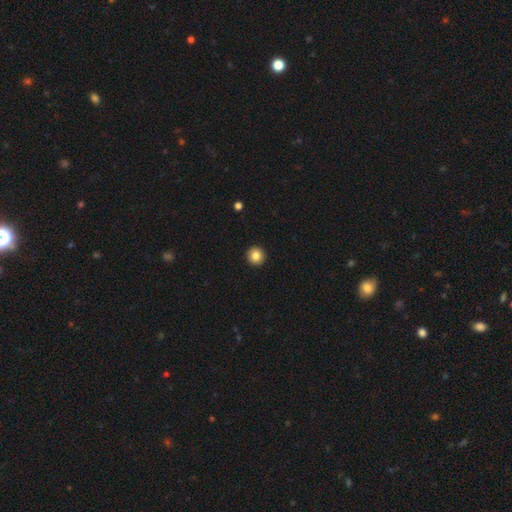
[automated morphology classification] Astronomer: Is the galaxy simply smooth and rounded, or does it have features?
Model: smooth — 86%.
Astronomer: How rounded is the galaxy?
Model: round — 95%.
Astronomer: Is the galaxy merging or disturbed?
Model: none — 94%.